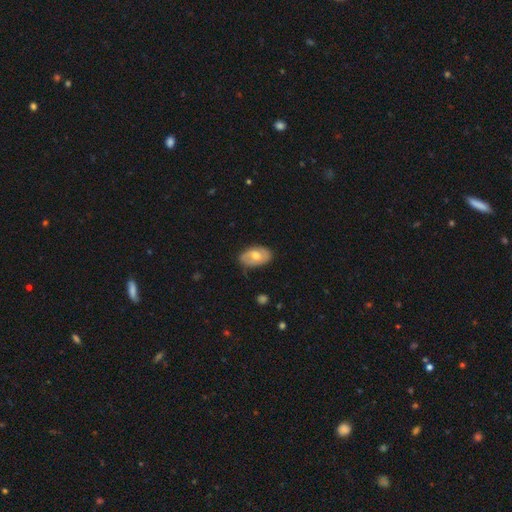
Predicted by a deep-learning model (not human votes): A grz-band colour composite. It shows a smooth galaxy with no disk features (57%) that is in between round and cigar-shaped (91%). Merging: none (76%).